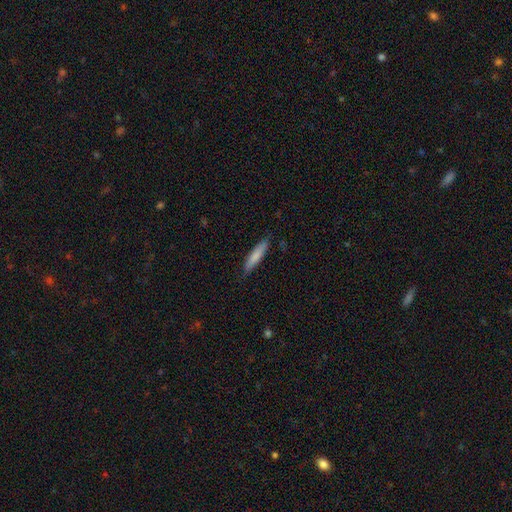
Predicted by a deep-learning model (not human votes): Smooth or featured? smooth (78%)
How rounded? cigar-shaped (83%)
Merging? none (83%)